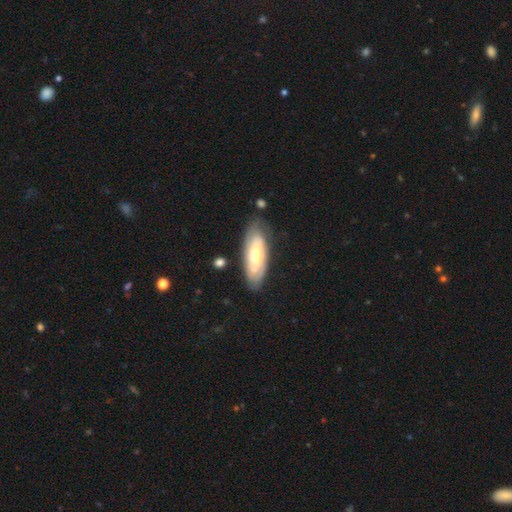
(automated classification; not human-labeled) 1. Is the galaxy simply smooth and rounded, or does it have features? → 61% featured or disk, 33% smooth, 6% star or artifact.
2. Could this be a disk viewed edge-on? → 84% no, 16% yes.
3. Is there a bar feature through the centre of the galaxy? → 64% no, 27% weak, 9% strong.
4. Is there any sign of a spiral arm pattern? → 80% yes, 20% no.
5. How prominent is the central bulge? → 51% moderate, 40% small, 5% large, 1% none, 1% dominant.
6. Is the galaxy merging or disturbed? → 74% none, 18% minor disturbance, 5% major disturbance, 2% merger.